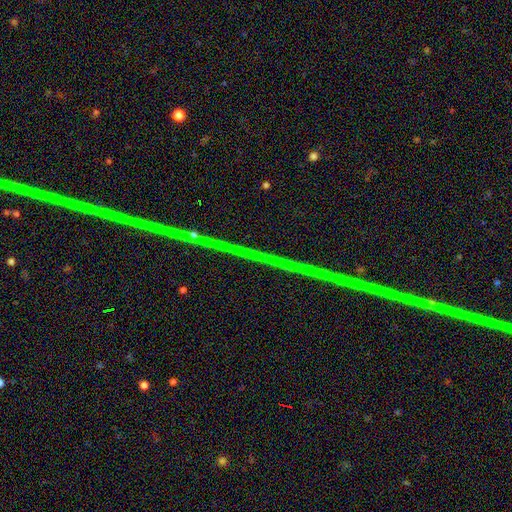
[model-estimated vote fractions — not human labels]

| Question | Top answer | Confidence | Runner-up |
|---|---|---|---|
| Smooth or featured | star or artifact | 78% | featured or disk (15%) |